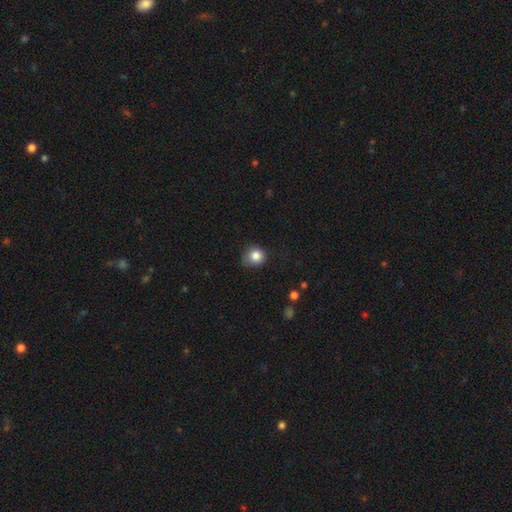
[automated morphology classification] Q: Smooth or featured?
A: smooth (83%); runner-up: star or artifact (11%)
Q: How rounded?
A: round (85%); runner-up: in between (14%)
Q: Merging?
A: none (65%); runner-up: minor disturbance (28%)